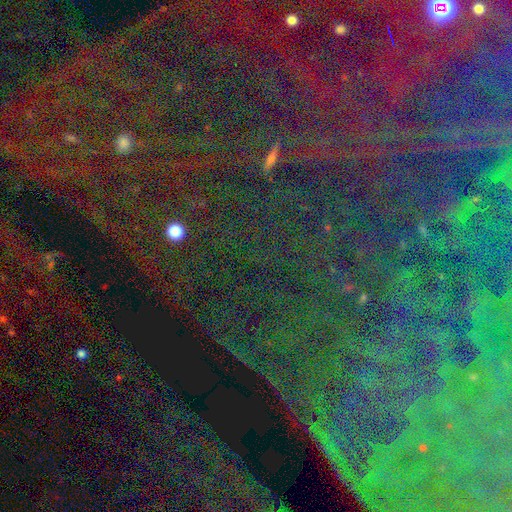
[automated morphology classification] Smooth or featured: star or artifact — 79% (smooth — 12%)